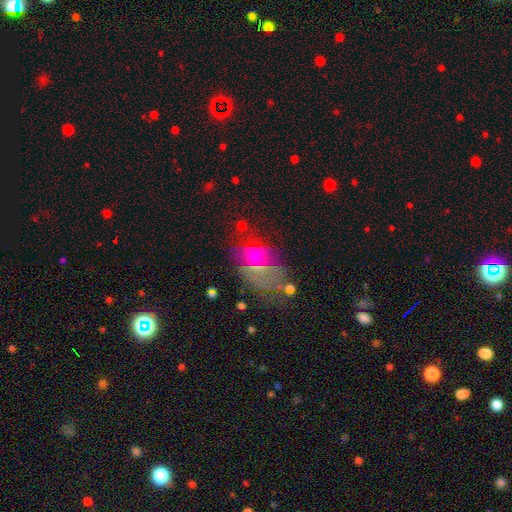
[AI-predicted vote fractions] Morphology: type=smooth (49%); merging=none (37%).